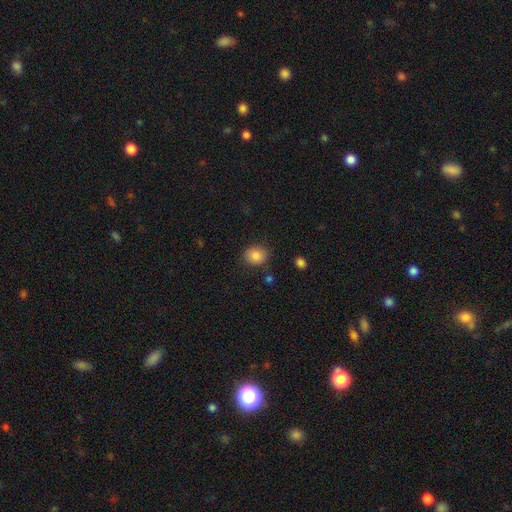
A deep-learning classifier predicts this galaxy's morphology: smooth-or-featured: smooth: 85% | star or artifact: 9% | featured or disk: 5%
  how-rounded: round: 59% | in between: 40% | cigar-shaped: 1%
  merging: none: 83% | minor disturbance: 12% | major disturbance: 3% | merger: 3%